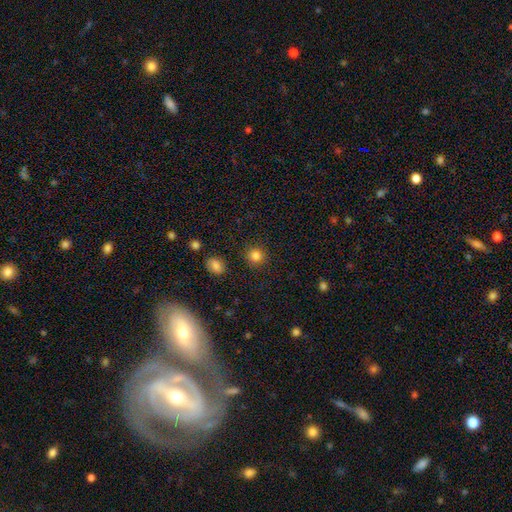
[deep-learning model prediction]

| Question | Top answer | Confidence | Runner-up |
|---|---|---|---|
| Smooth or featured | smooth | 83% | star or artifact (12%) |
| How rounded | round | 90% | in between (9%) |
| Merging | none | 90% | minor disturbance (6%) |